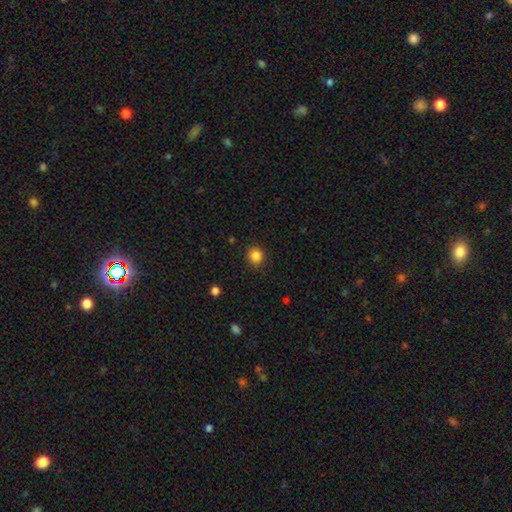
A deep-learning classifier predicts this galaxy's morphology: Smooth or featured? Predicted: smooth (p=0.85). How rounded? Predicted: round (p=0.88). Merging? Predicted: none (p=0.89).